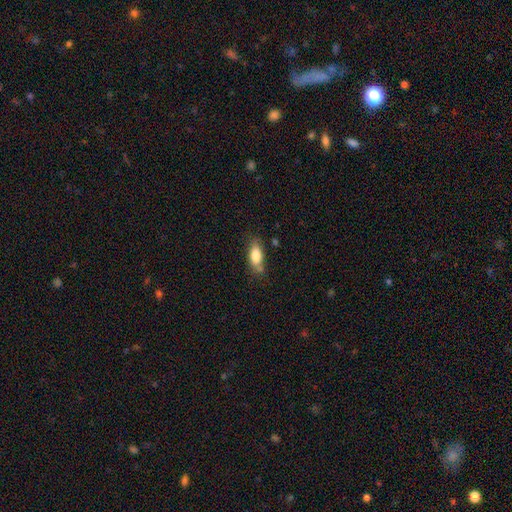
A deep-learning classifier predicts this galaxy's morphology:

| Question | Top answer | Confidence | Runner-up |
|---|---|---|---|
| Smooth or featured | smooth | 79% | featured or disk (13%) |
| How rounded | in between | 80% | cigar-shaped (17%) |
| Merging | none | 66% | minor disturbance (24%) |